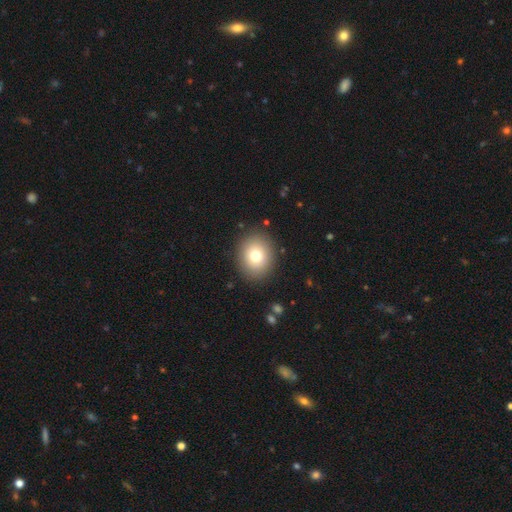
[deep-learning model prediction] The model was most divided on "how rounded": round: 65%, in between: 34%, cigar-shaped: 1%. More confident: merging — none (88%); smooth or featured — smooth (76%).